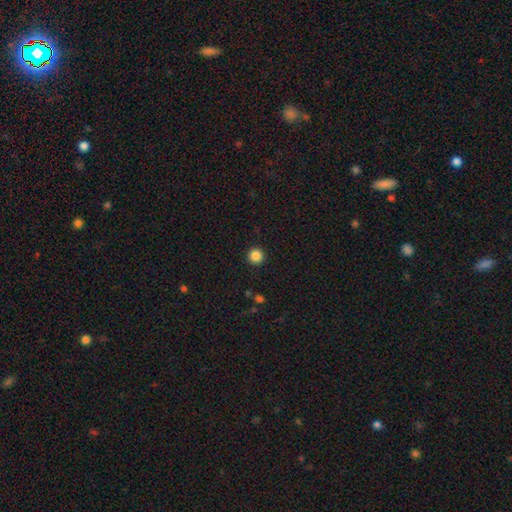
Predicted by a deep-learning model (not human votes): This appears to be a smooth galaxy with no disk features (85%) that is round (96%). Merging: none (93%).